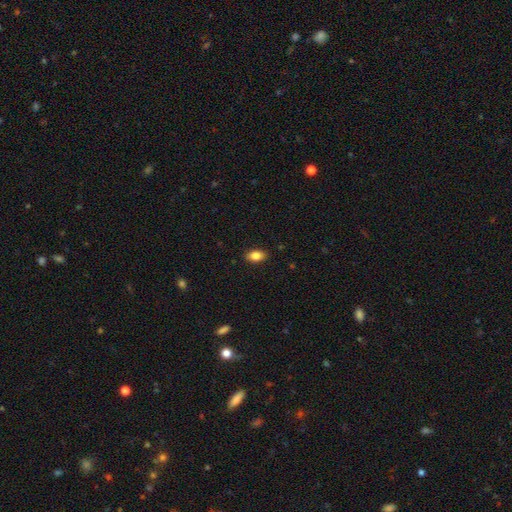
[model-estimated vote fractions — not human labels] Morphology: type=smooth (84%); roundness=in between (88%); merging=none (88%).